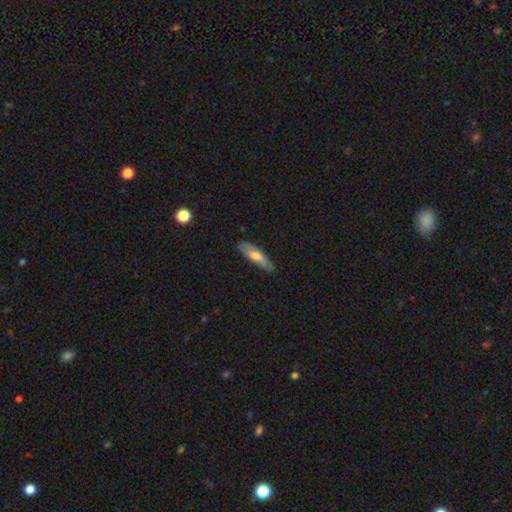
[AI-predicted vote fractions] This appears to be a smooth galaxy with no disk features (61%) that is cigar-shaped (64%). Merging: none (79%).